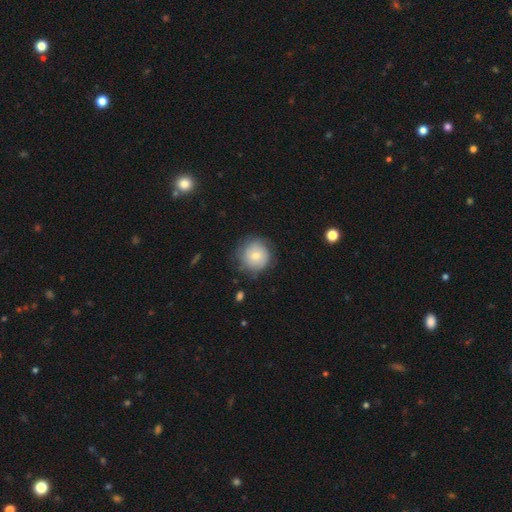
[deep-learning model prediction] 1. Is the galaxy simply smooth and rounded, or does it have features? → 67% smooth, 26% featured or disk, 8% star or artifact.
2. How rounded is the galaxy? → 91% round, 8% in between, 1% cigar-shaped.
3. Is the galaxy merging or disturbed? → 74% none, 18% minor disturbance, 6% major disturbance, 1% merger.